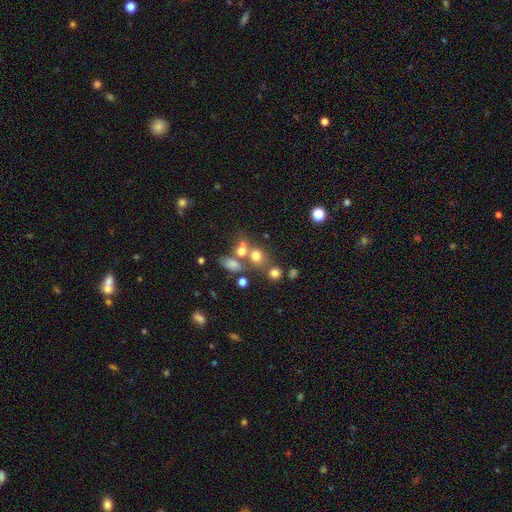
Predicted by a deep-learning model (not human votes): Smooth or featured? smooth (68%)
How rounded? round (70%)
Merging? none (45%)